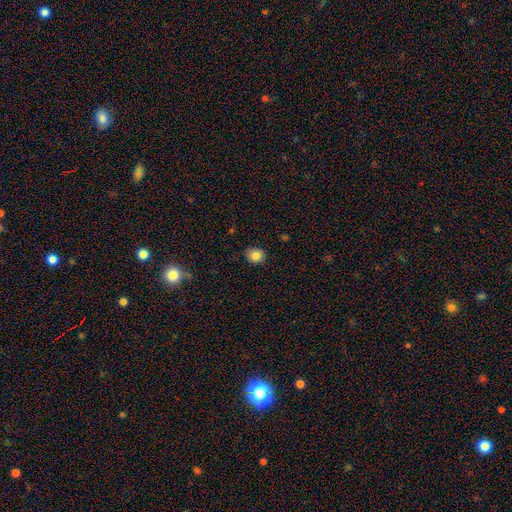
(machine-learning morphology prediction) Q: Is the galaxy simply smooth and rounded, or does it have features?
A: smooth — 82%.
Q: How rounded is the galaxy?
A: round — 76%.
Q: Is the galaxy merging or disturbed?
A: none — 85%.